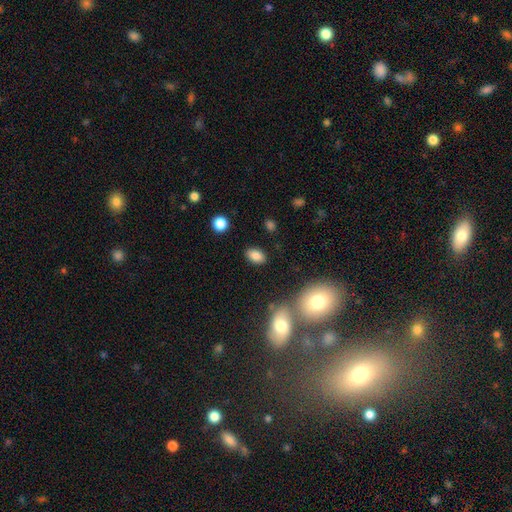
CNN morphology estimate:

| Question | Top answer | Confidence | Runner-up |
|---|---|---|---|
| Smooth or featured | smooth | 84% | star or artifact (10%) |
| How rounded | in between | 88% | round (11%) |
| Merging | none | 85% | minor disturbance (9%) |